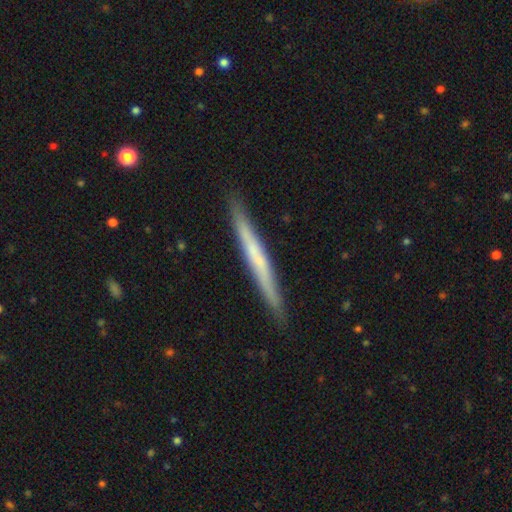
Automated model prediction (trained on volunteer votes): smooth_or_featured: featured or disk (p=0.52) [alt: smooth p=0.43]
disk_edge_on: yes (p=0.97) [alt: no p=0.03]
merging: none (p=0.90) [alt: minor disturbance p=0.07]